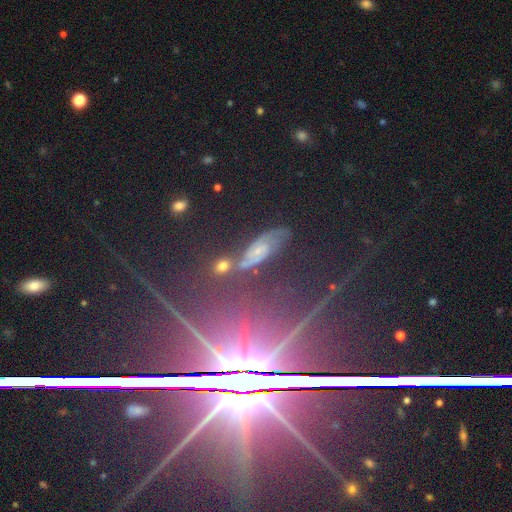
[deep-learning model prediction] This is likely a star or artifact rather than a galaxy (63%).